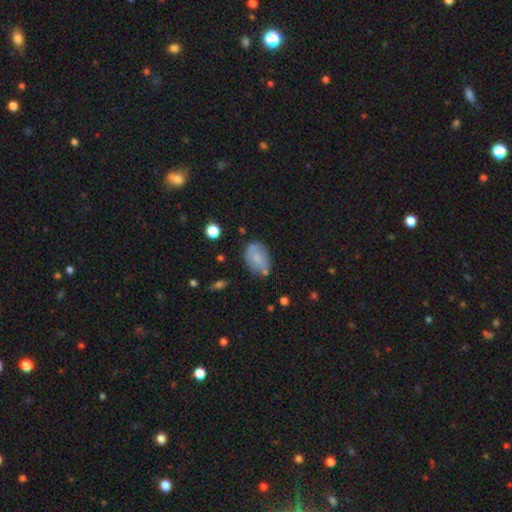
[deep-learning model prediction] Overall: smooth (68%). How rounded: in between (81%). Merging: none (57%; minor disturbance 26%).